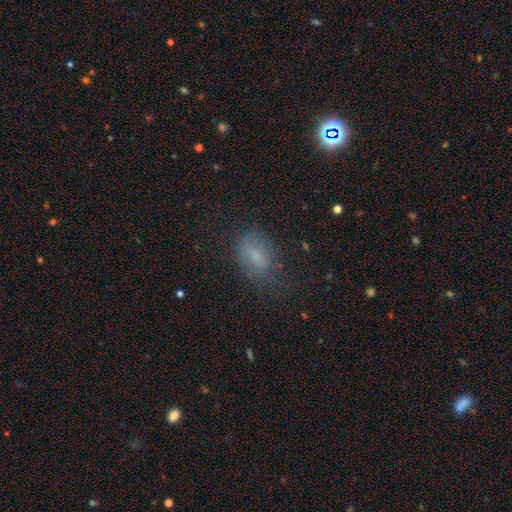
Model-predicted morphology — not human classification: Overall: smooth (66%). How rounded: in between (80%). Merging: none (58%; minor disturbance 25%).